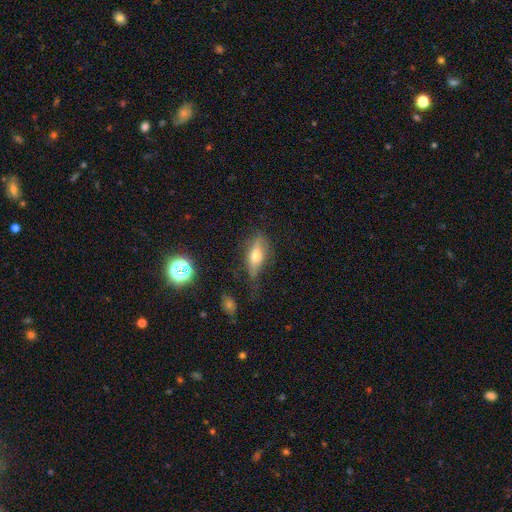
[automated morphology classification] A smooth galaxy with no disk features (52%) that is in between round and cigar-shaped (59%).

Vote fractions:
- Smooth or featured? smooth: 52% / featured or disk: 37% / star or artifact: 11%
- How rounded? in between: 59% / cigar-shaped: 36% / round: 5%
- Merging? none: 63% / minor disturbance: 24% / major disturbance: 10% / merger: 3%